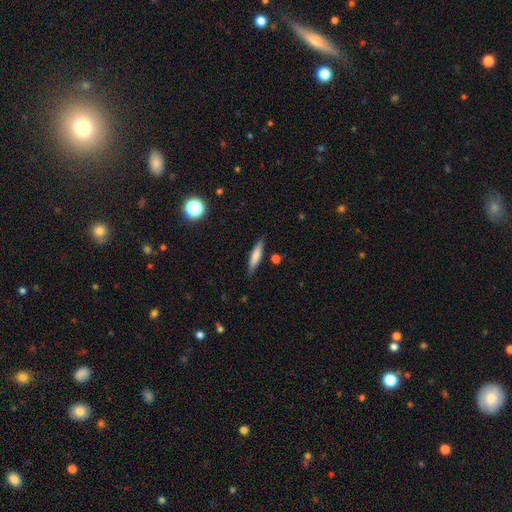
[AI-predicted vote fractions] smooth 69%, featured or disk 24%, star or artifact 7%. Down the decision tree: how rounded — cigar-shaped (83%); merging — none (86%).